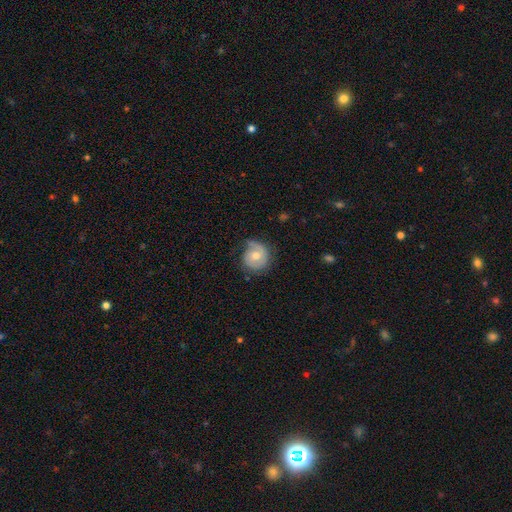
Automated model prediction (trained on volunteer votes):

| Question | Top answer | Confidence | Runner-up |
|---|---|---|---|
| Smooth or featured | featured or disk | 59% | smooth (35%) |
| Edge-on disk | no | 97% | yes (3%) |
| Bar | no | 63% | weak (31%) |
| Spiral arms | yes | 84% | no (16%) |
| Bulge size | moderate | 69% | small (25%) |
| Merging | none | 66% | minor disturbance (23%) |